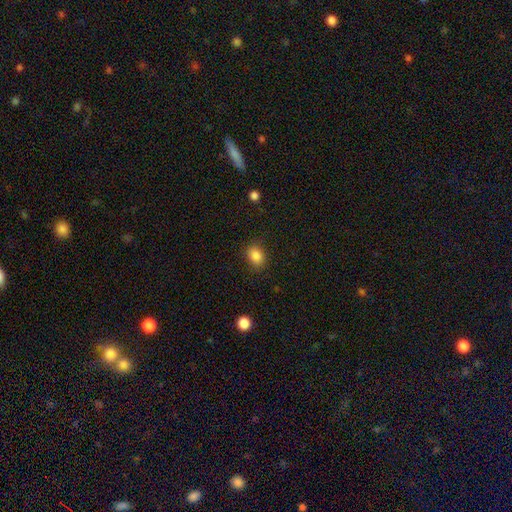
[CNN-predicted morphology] smooth_or_featured: smooth (p=0.86) [alt: star or artifact p=0.10]
how_rounded: in between (p=0.60) [alt: round p=0.39]
merging: none (p=0.86) [alt: minor disturbance p=0.10]